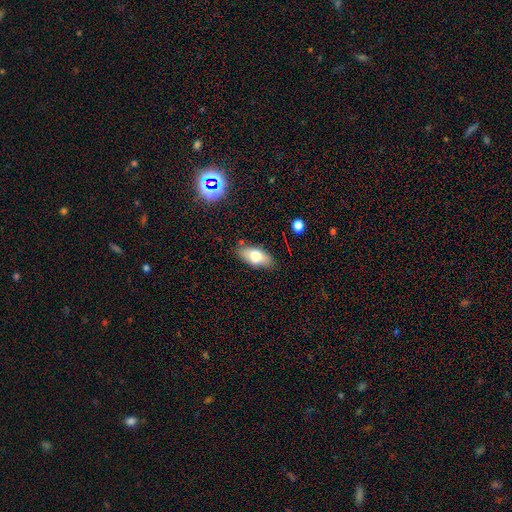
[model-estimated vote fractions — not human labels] Smooth or featured? Predicted: smooth (p=0.73). How rounded? Predicted: in between (p=0.88). Merging? Predicted: none (p=0.83).